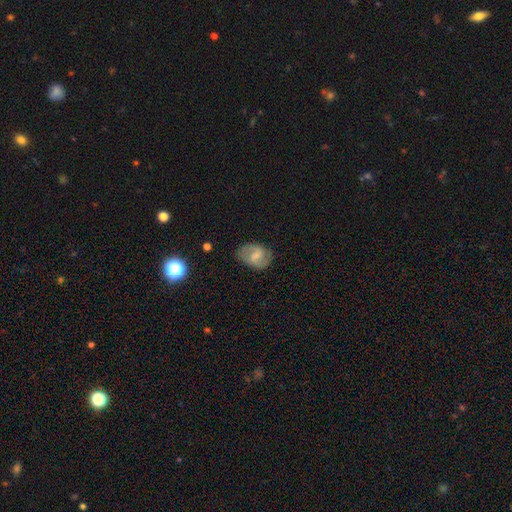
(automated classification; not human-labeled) Smooth or featured?
  - featured or disk: 55% *
  - smooth: 38%
  - star or artifact: 8%
Edge-on disk?
  - no: 97% *
  - yes: 3%
Bar?
  - weak: 55% *
  - no: 23%
  - strong: 22%
Spiral arms?
  - yes: 82% *
  - no: 18%
Bulge size?
  - small: 35% *
  - none: 31%
  - moderate: 28%
  - large: 5%
  - dominant: 1%
Merging?
  - none: 70% *
  - minor disturbance: 21%
  - major disturbance: 8%
  - merger: 2%